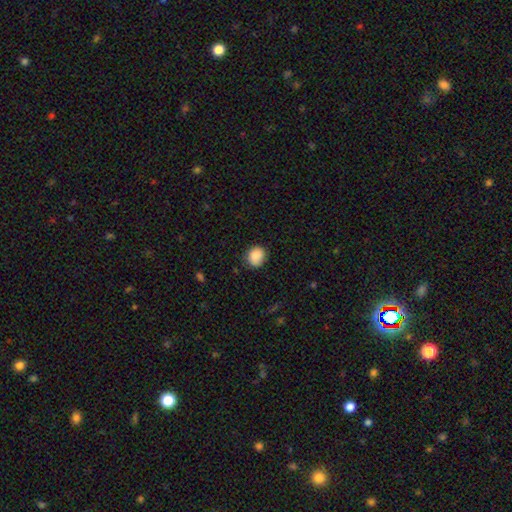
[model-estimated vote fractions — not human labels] Smooth or featured: smooth — 86% (star or artifact — 8%)
How rounded: round — 65% (in between — 34%)
Merging: none — 77% (minor disturbance — 18%)